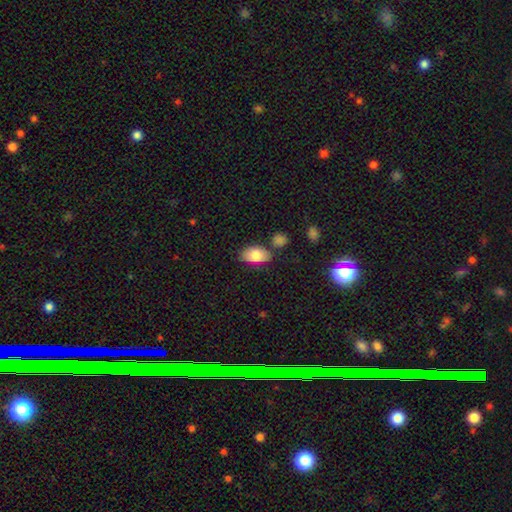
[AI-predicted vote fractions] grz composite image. It shows a smooth galaxy with no disk features (79%) that is in between round and cigar-shaped (91%). Merging: none (66%).